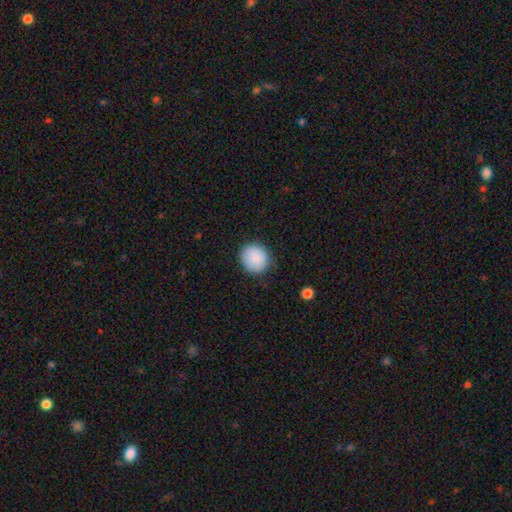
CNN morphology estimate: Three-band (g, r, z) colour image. It shows a smooth galaxy with no disk features (86%) that is round (82%). Merging: none (84%).